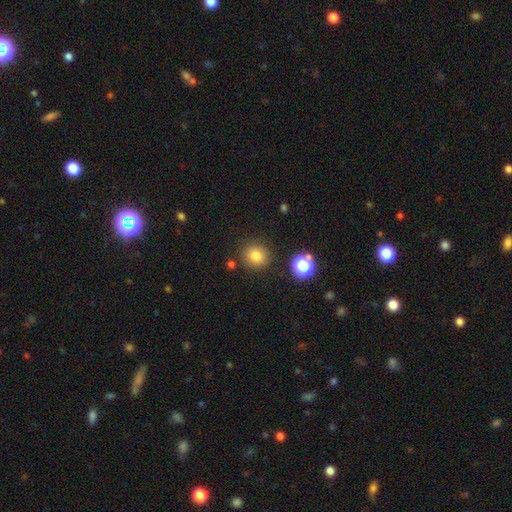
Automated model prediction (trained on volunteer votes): This is clearly a smooth galaxy (81%). How rounded: clearly round (88%). Merging: clearly none (86%).